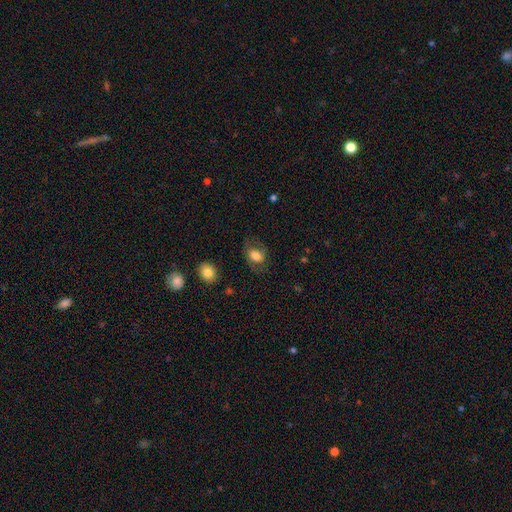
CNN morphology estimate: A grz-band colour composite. It shows a smooth galaxy with no disk features (67%) that is in between round and cigar-shaped (72%). Merging: none (66%).